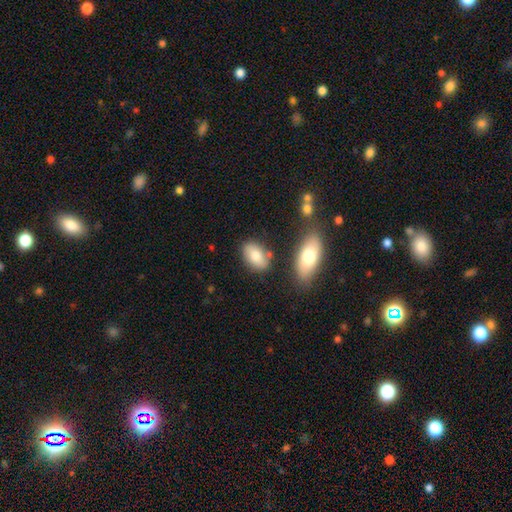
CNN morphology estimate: Overall: smooth (79%). How rounded: in between (90%). Merging: none (74%).